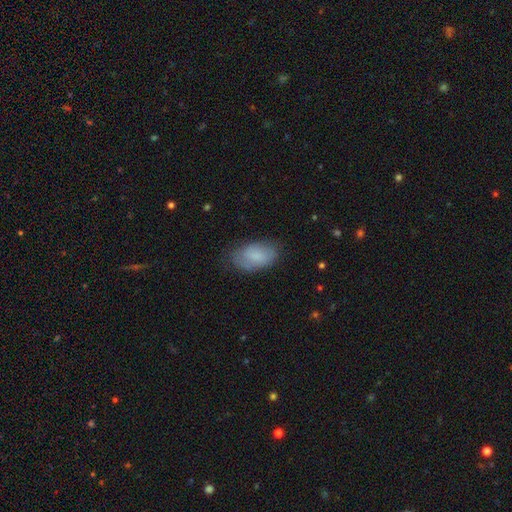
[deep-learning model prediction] A smooth galaxy with no disk features (78%) that is in between round and cigar-shaped (93%). Merging: none (70%).